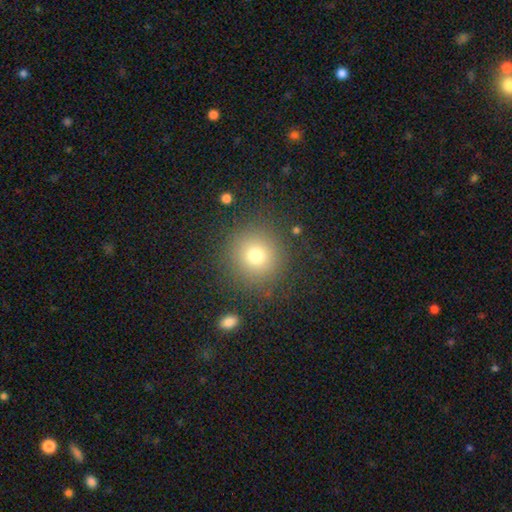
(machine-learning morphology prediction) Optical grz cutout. It shows a smooth galaxy with no disk features (73%) that is round (93%). Merging: none (85%).